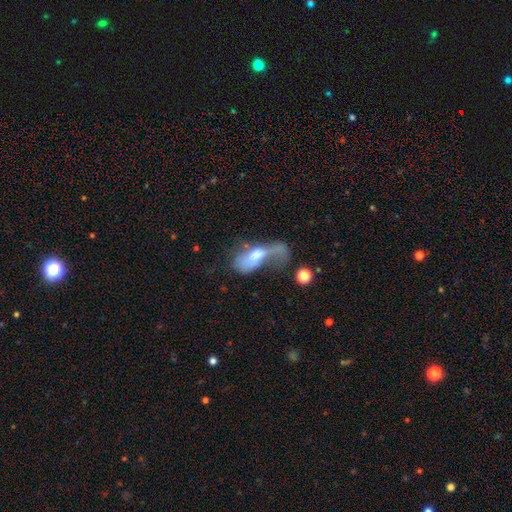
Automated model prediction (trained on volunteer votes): Smooth or featured? smooth (50%)
Merging? major disturbance (58%)